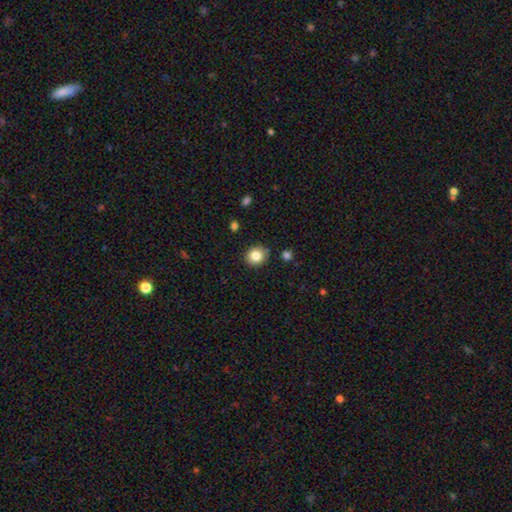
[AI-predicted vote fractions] Smooth or featured?
  - smooth: 83% *
  - star or artifact: 10%
  - featured or disk: 7%
How rounded?
  - round: 77% *
  - in between: 23%
  - cigar-shaped: 1%
Merging?
  - none: 88% *
  - minor disturbance: 8%
  - major disturbance: 2%
  - merger: 2%